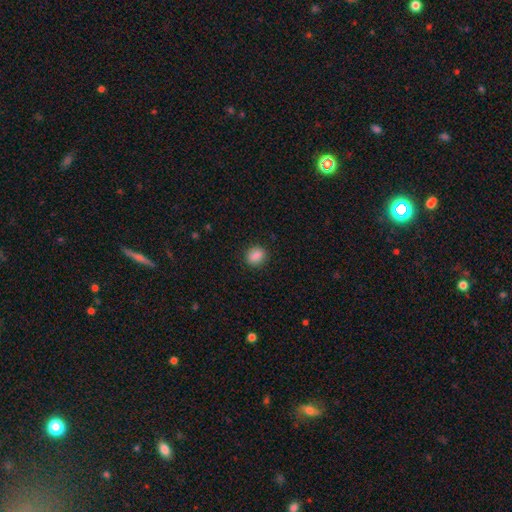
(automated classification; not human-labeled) smooth 87%, star or artifact 9%, featured or disk 4%. Down the decision tree: how rounded — round (70%); merging — none (89%).